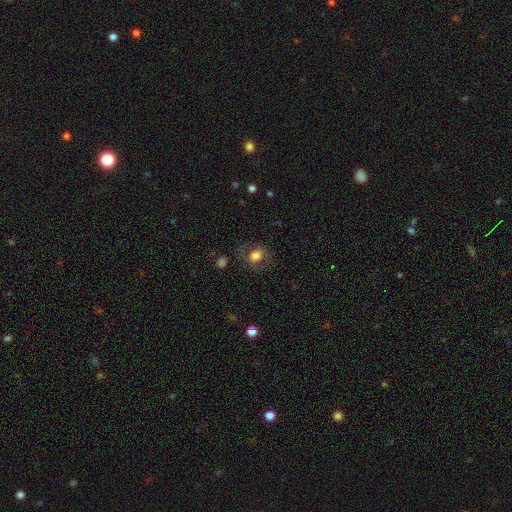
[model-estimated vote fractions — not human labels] Smooth or featured?
  - smooth: 68% *
  - featured or disk: 22%
  - star or artifact: 10%
How rounded?
  - round: 64% *
  - in between: 35%
  - cigar-shaped: 1%
Merging?
  - none: 72% *
  - minor disturbance: 15%
  - major disturbance: 11%
  - merger: 2%